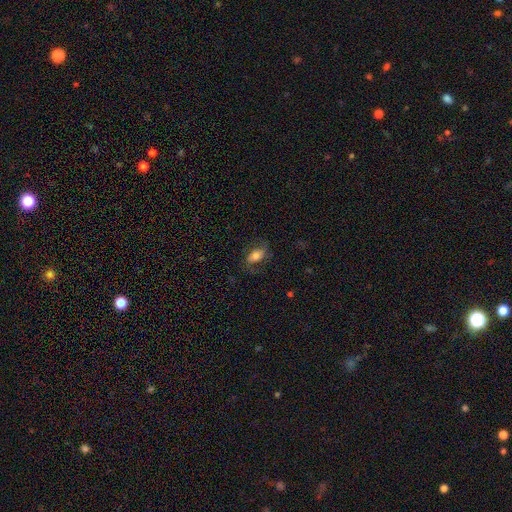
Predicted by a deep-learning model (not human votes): Smooth or featured? Predicted: smooth (p=0.57). How rounded? Predicted: in between (p=0.86). Merging? Predicted: none (p=0.67).